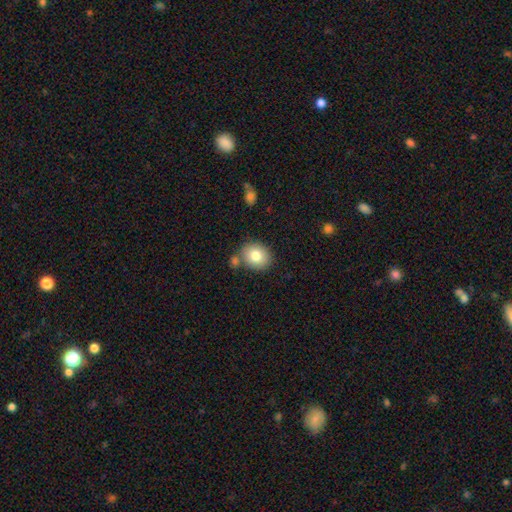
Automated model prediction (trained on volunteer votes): smooth_or_featured: smooth (p=0.80) [alt: featured or disk p=0.11]
how_rounded: round (p=0.66) [alt: in between p=0.33]
merging: none (p=0.72) [alt: merger p=0.13]